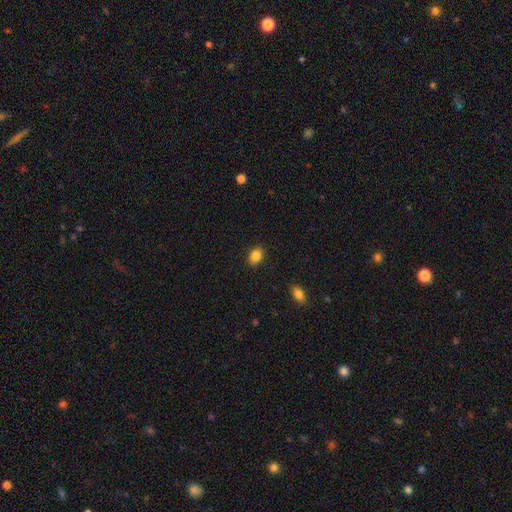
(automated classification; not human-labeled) smooth 87%, star or artifact 9%, featured or disk 4%. Down the decision tree: how rounded — in between (70%); merging — none (89%).